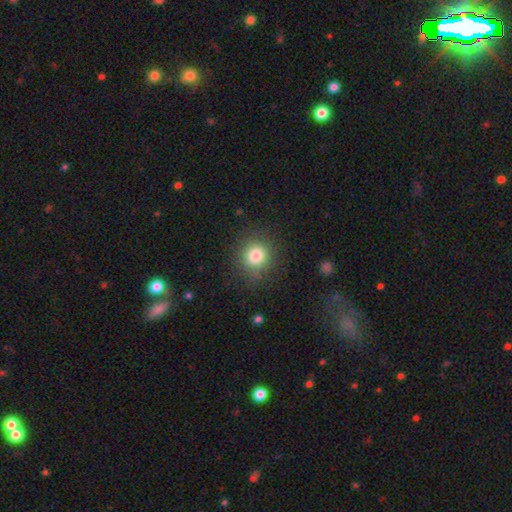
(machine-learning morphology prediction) type=smooth (81%); roundness=round (90%); merging=none (85%).